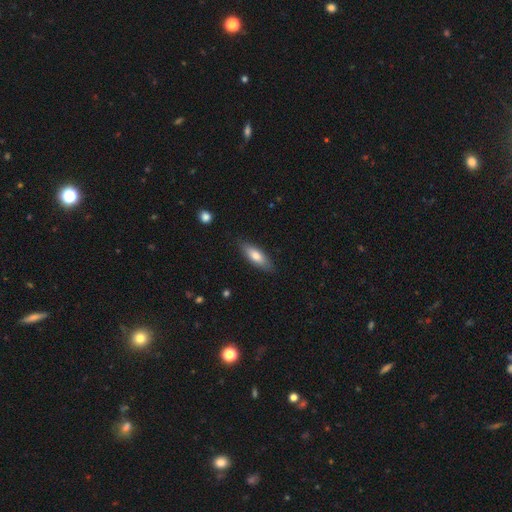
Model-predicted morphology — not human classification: Overall: smooth (73%). How rounded: in between (60%; cigar-shaped 39%). Merging: none (84%).